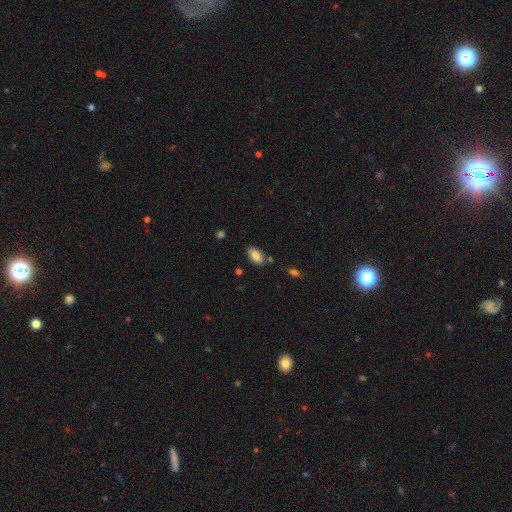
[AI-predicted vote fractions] This appears to be a smooth galaxy with no disk features (83%) that is in between round and cigar-shaped (93%). Merging: none (81%).